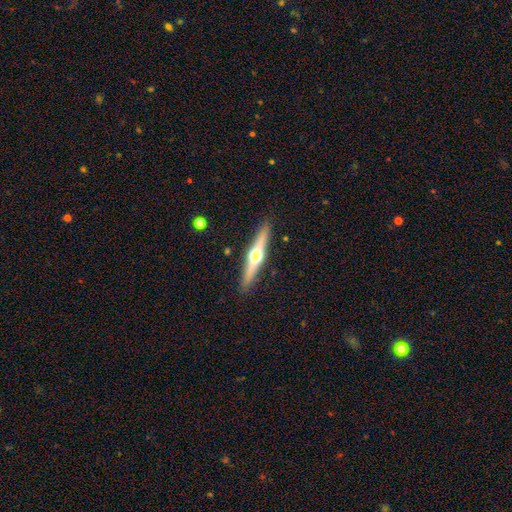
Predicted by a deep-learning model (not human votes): Smooth or featured? Predicted: featured or disk (p=0.70). Edge-on disk? Predicted: yes (p=0.97). Edge-on bulge? Predicted: rounded (p=0.95). Merging? Predicted: none (p=0.90).